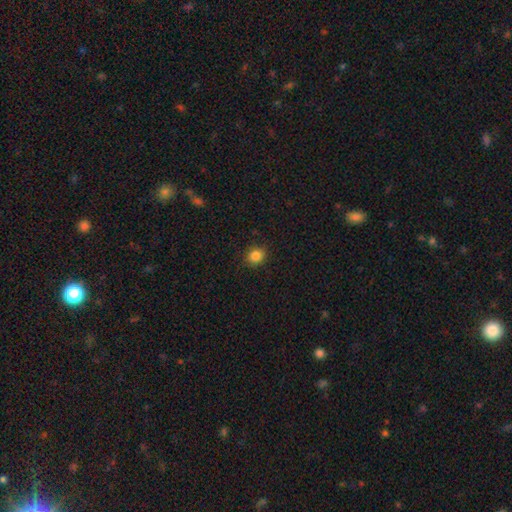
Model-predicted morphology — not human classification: smooth-or-featured: smooth: 85% | star or artifact: 11% | featured or disk: 4%
  how-rounded: round: 75% | in between: 24% | cigar-shaped: 1%
  merging: none: 90% | minor disturbance: 7% | major disturbance: 2% | merger: 1%